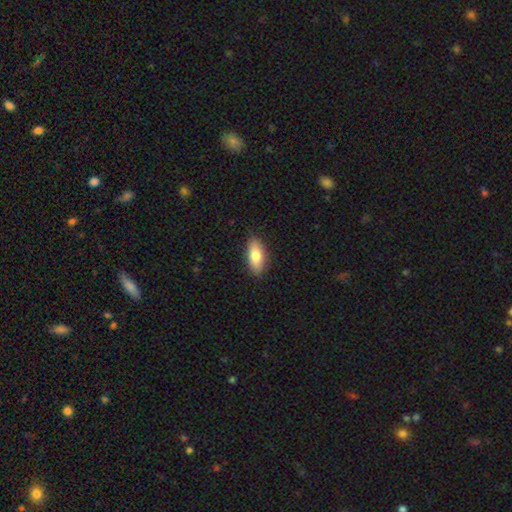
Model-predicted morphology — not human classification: Smooth or featured: smooth — 81% (featured or disk — 13%)
How rounded: in between — 83% (cigar-shaped — 15%)
Merging: none — 86% (minor disturbance — 11%)